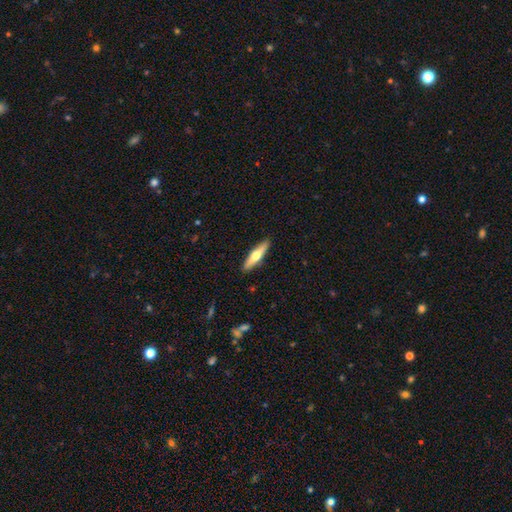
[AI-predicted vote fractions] Q: Smooth or featured?
A: featured or disk (51%); runner-up: smooth (44%)
Q: Edge-on disk?
A: yes (92%); runner-up: no (8%)
Q: Merging?
A: none (91%); runner-up: minor disturbance (7%)